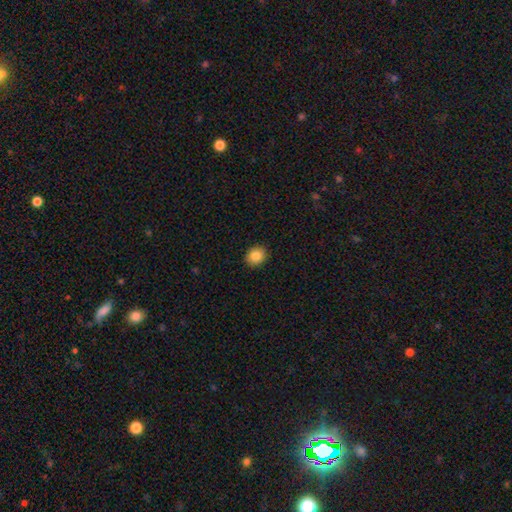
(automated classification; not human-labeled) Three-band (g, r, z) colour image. It shows a smooth galaxy with no disk features (86%) that is round (62%). Merging: none (90%).